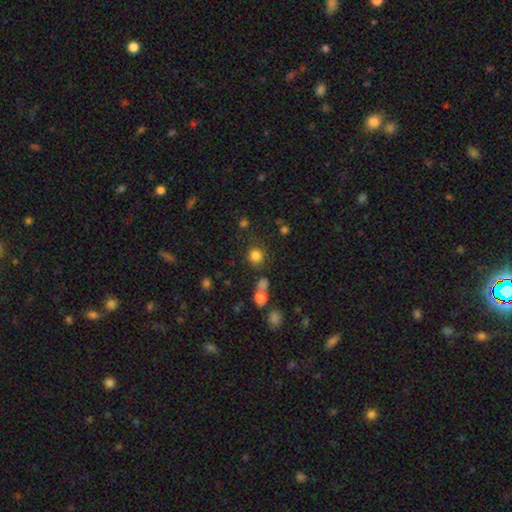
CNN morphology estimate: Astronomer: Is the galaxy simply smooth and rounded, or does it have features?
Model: smooth — 81%.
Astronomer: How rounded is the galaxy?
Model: round — 87%.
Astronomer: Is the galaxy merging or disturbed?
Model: none — 77%.